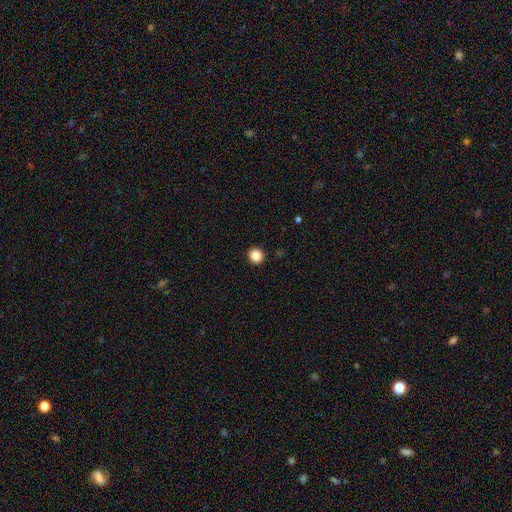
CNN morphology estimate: Smooth or featured? smooth (86%)
How rounded? round (91%)
Merging? none (93%)